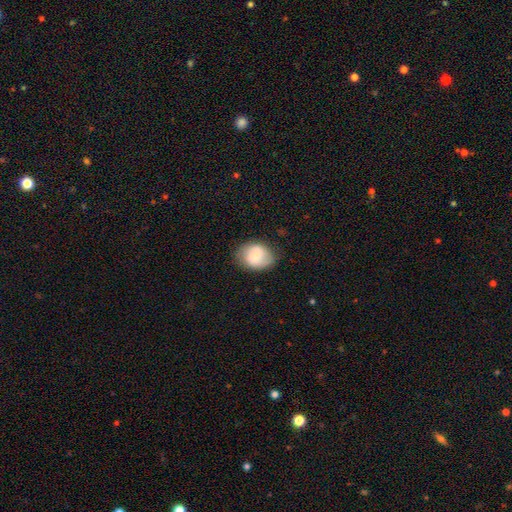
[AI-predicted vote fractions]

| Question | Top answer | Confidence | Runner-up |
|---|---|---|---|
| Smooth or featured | smooth | 51% | featured or disk (42%) |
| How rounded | in between | 52% | round (47%) |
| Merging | none | 76% | minor disturbance (18%) |